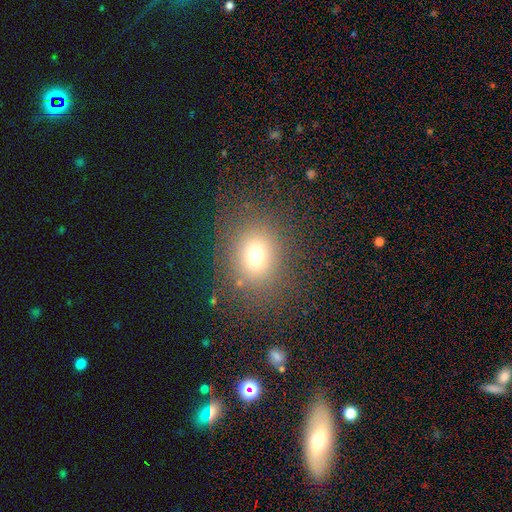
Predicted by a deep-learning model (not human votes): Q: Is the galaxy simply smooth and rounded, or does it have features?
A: smooth — 70%.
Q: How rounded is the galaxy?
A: round — 61%.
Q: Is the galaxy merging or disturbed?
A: none — 80%.